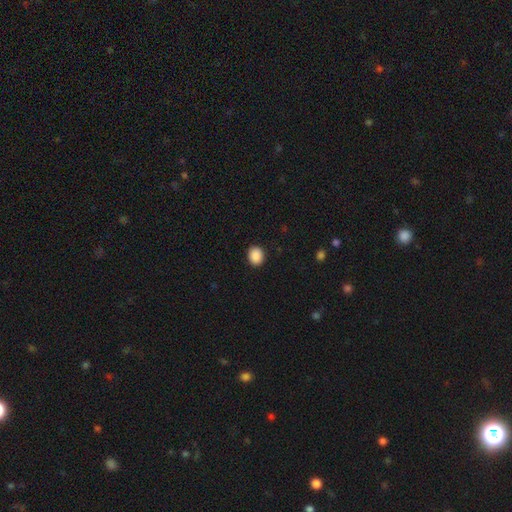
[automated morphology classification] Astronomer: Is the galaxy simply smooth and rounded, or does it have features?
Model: smooth — 90%.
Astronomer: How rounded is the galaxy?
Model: round — 64%.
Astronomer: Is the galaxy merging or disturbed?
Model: none — 91%.